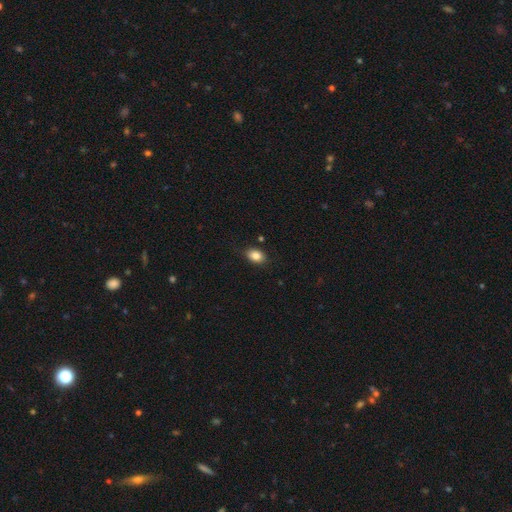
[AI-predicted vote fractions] Smooth or featured?
  - smooth: 86% *
  - star or artifact: 9%
  - featured or disk: 6%
How rounded?
  - in between: 77% *
  - round: 22%
  - cigar-shaped: 1%
Merging?
  - none: 86% *
  - minor disturbance: 10%
  - major disturbance: 2%
  - merger: 1%